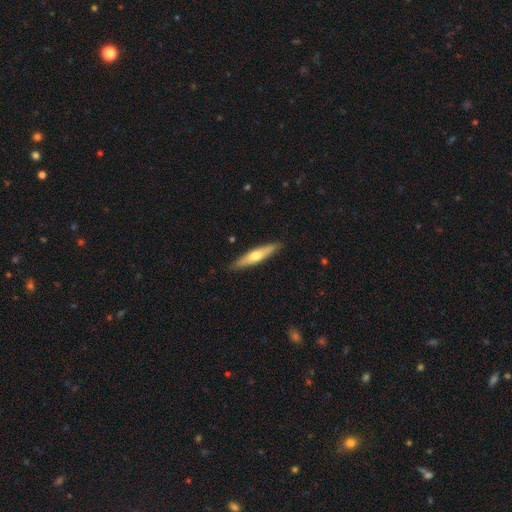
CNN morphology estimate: Smooth or featured: featured or disk — 48% (smooth — 46%)
Merging: none — 89% (minor disturbance — 8%)